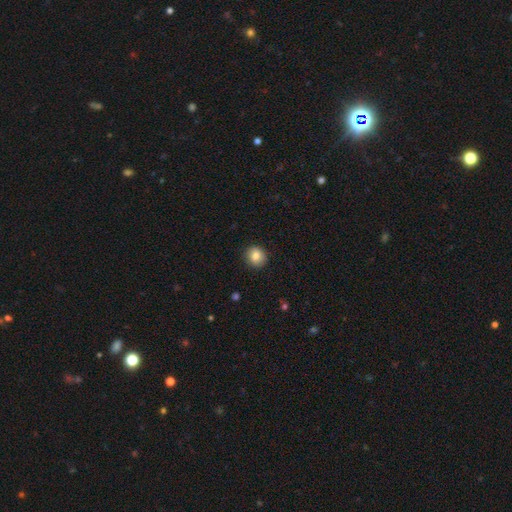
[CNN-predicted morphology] smooth 84%, star or artifact 9%, featured or disk 7%. Down the decision tree: how rounded — round (84%); merging — none (89%).